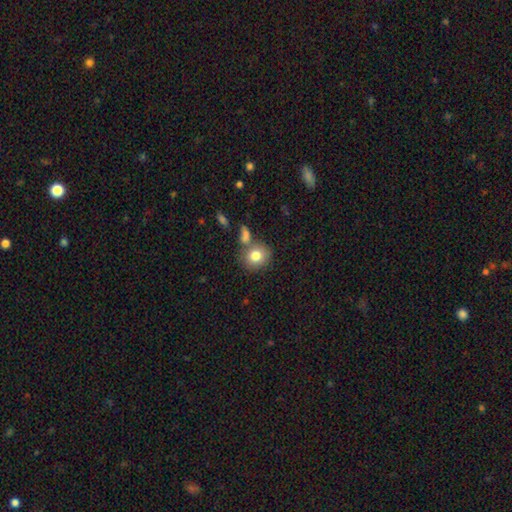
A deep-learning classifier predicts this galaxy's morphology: This appears to be a smooth galaxy with no disk features (80%) that is round (79%). Merging: none (65%).